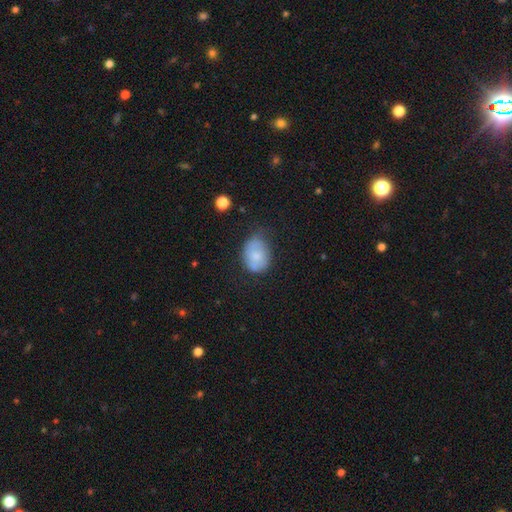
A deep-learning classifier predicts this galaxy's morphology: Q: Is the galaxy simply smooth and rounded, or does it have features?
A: smooth — 74%.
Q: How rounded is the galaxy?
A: in between — 65%.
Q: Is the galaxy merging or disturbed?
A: none — 50%.